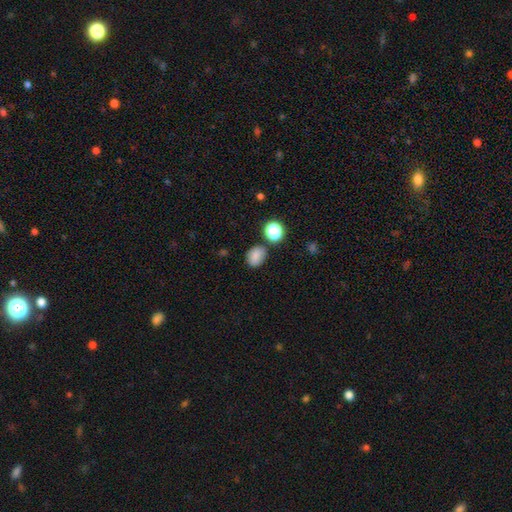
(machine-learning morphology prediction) Smooth or featured: smooth — 80% (star or artifact — 13%)
How rounded: in between — 53% (round — 46%)
Merging: none — 76% (minor disturbance — 14%)